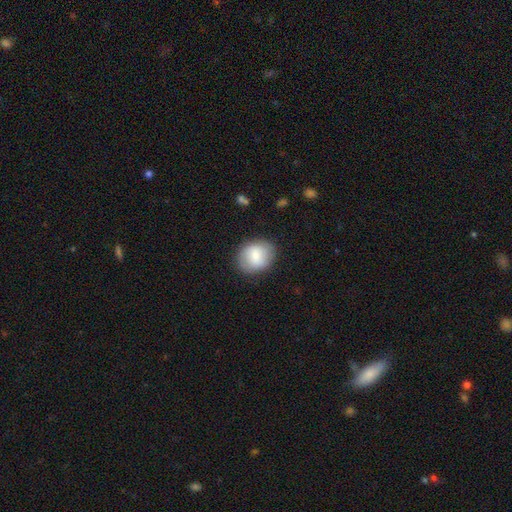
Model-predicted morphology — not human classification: Smooth or featured: smooth — 76% (featured or disk — 18%)
How rounded: round — 54% (in between — 45%)
Merging: none — 82% (minor disturbance — 13%)